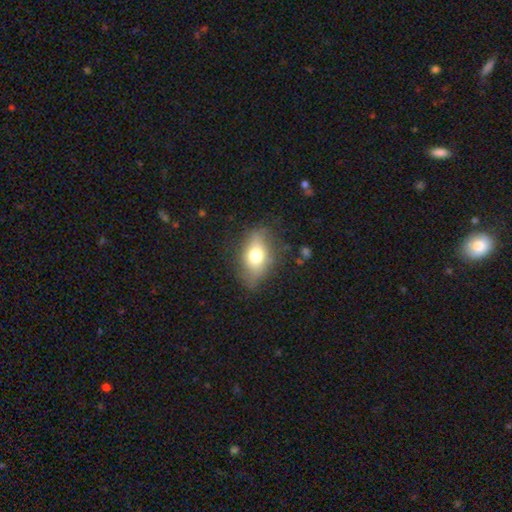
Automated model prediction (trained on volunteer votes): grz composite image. It shows a smooth galaxy with no disk features (65%) that is in between round and cigar-shaped (79%). Merging: none (72%).